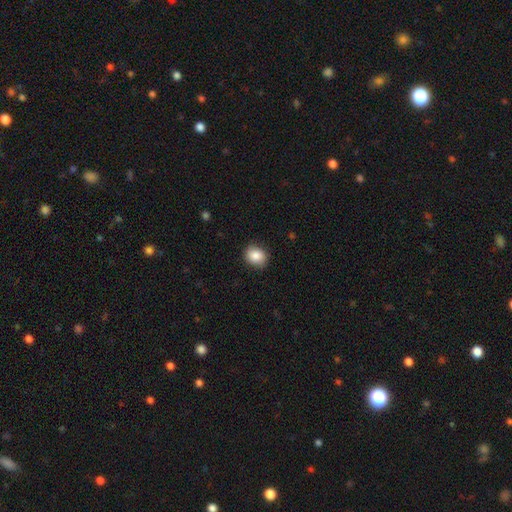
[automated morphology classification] This is clearly a smooth galaxy (86%). How rounded: likely round (64%). Merging: clearly none (85%).